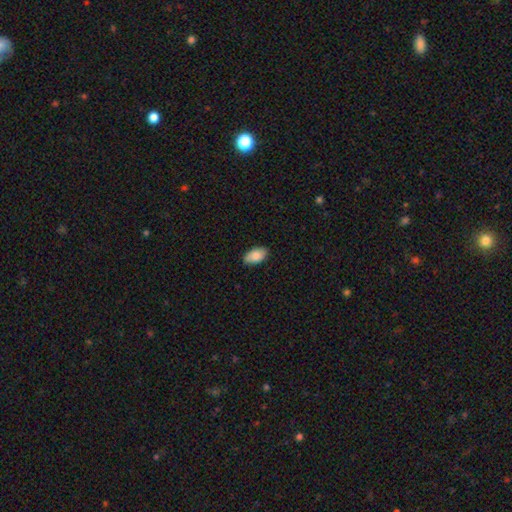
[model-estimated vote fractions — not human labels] Overall: smooth (85%). How rounded: in between (94%). Merging: none (87%).